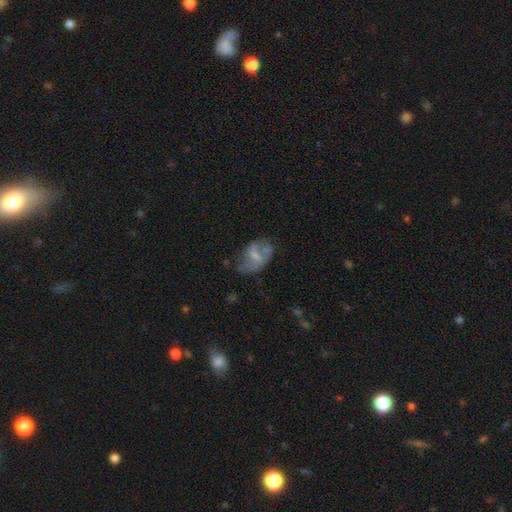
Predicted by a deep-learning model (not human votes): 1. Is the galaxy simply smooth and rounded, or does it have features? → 55% featured or disk, 37% smooth, 9% star or artifact.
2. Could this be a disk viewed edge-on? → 97% no, 3% yes.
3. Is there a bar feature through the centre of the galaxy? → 45% no, 43% weak, 12% strong.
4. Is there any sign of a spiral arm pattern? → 57% yes, 43% no.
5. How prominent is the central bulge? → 44% small, 29% moderate, 23% none, 3% large, 1% dominant.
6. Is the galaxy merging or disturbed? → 38% none, 29% minor disturbance, 28% major disturbance, 5% merger.